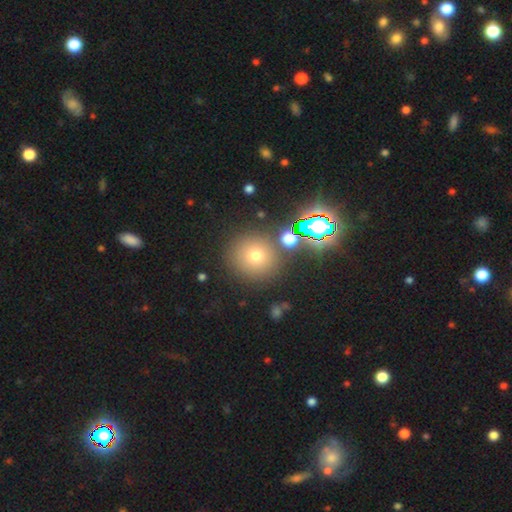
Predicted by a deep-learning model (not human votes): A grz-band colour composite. It shows a smooth galaxy with no disk features (68%) that is round (93%). Merging: none (83%).